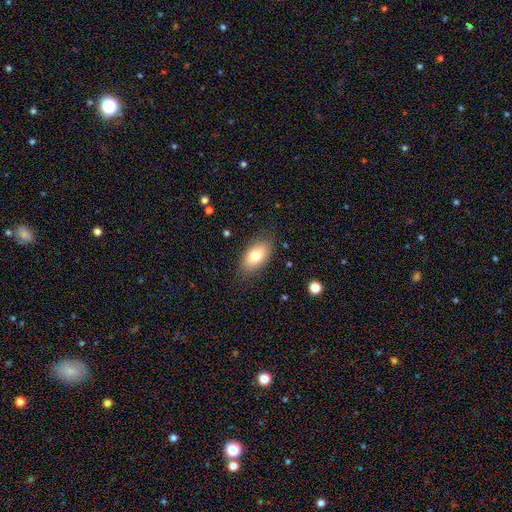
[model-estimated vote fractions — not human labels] Morphology: type=smooth (76%); roundness=in between (91%); merging=none (82%).